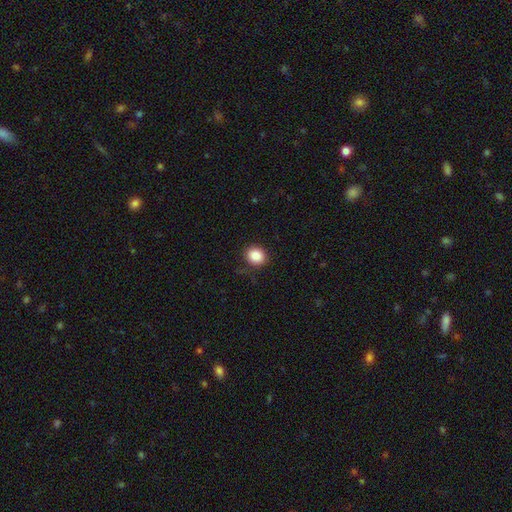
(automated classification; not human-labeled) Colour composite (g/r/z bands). It shows a smooth galaxy with no disk features (88%) that is round (64%). Merging: none (85%).